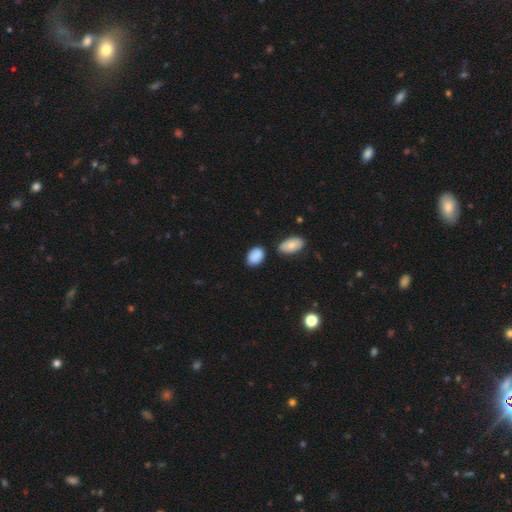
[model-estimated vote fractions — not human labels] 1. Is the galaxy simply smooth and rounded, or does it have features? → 87% smooth, 7% star or artifact, 6% featured or disk.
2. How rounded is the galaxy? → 86% in between, 13% round, 1% cigar-shaped.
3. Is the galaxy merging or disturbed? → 75% none, 15% minor disturbance, 7% merger, 3% major disturbance.